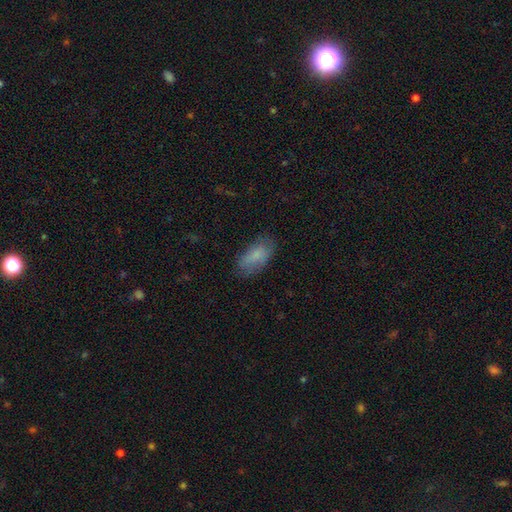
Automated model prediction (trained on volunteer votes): This is likely a smooth galaxy (80%). How rounded: clearly in between (91%). Merging: likely none (71%).